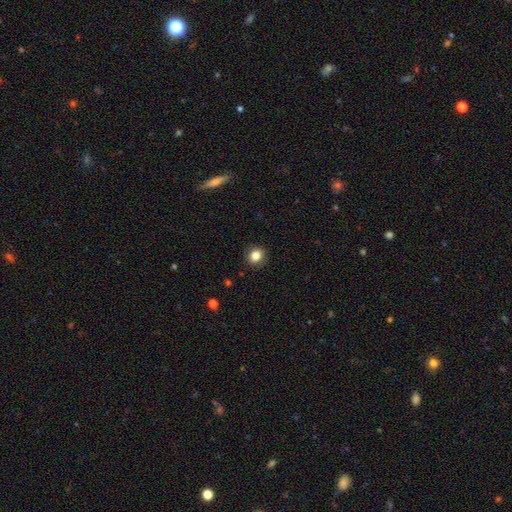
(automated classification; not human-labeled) A smooth galaxy with no disk features (84%) that is round (74%). Merging: none (90%).